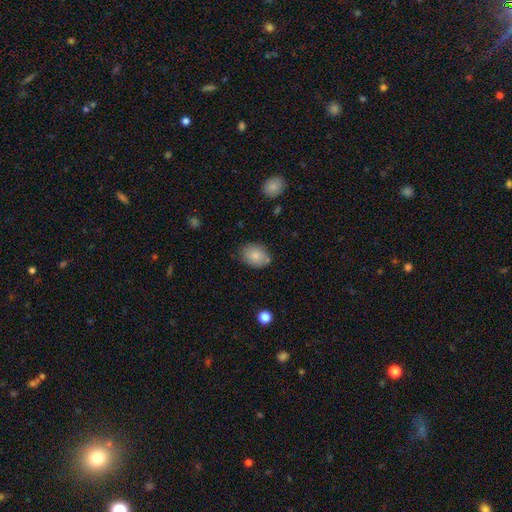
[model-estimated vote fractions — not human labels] Smooth or featured?
  - smooth: 82% *
  - featured or disk: 10%
  - star or artifact: 8%
How rounded?
  - in between: 69% *
  - round: 30%
  - cigar-shaped: 1%
Merging?
  - none: 75% *
  - minor disturbance: 17%
  - merger: 4%
  - major disturbance: 4%